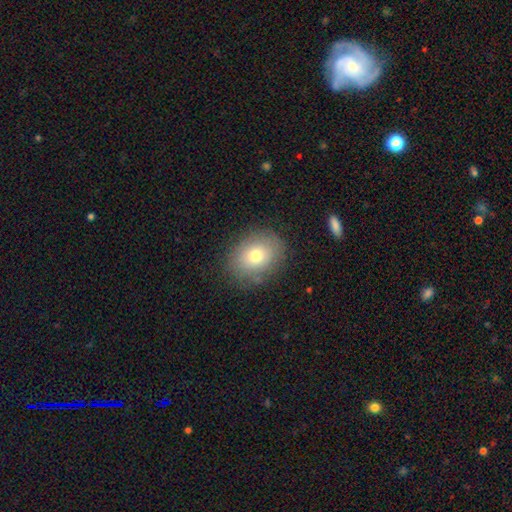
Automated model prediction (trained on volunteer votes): A smooth galaxy with no disk features (75%) that is in between round and cigar-shaped (55%). Merging: none (82%).